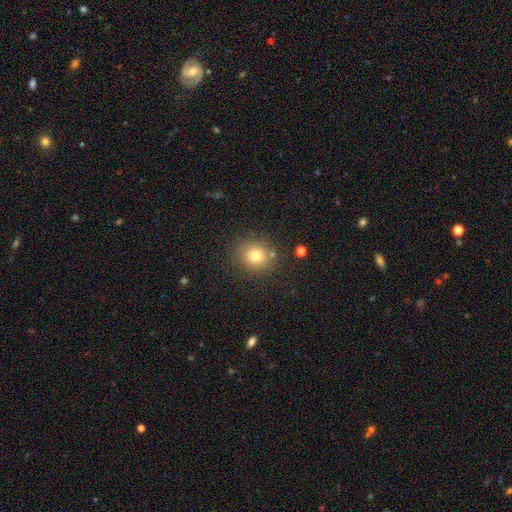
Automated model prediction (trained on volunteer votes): Morphology: type=smooth (77%); roundness=round (79%); merging=none (84%).